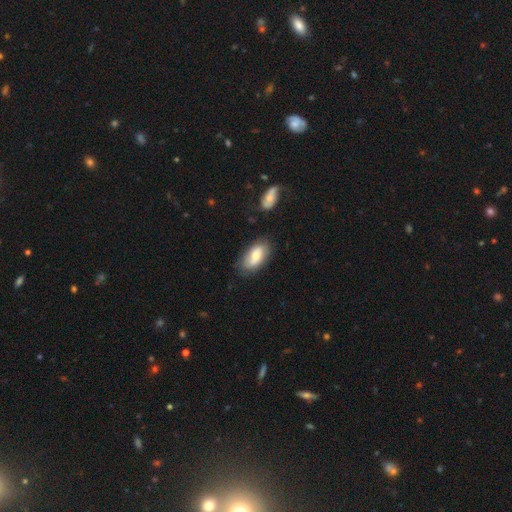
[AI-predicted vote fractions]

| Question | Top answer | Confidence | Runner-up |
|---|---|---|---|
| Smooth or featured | smooth | 64% | featured or disk (29%) |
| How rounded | in between | 92% | cigar-shaped (4%) |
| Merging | none | 72% | minor disturbance (20%) |